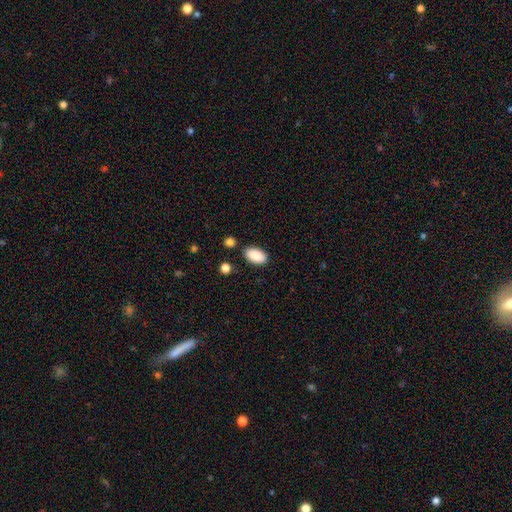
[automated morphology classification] Smooth or featured: smooth — 89% (star or artifact — 7%)
How rounded: in between — 94% (round — 4%)
Merging: none — 85% (minor disturbance — 10%)